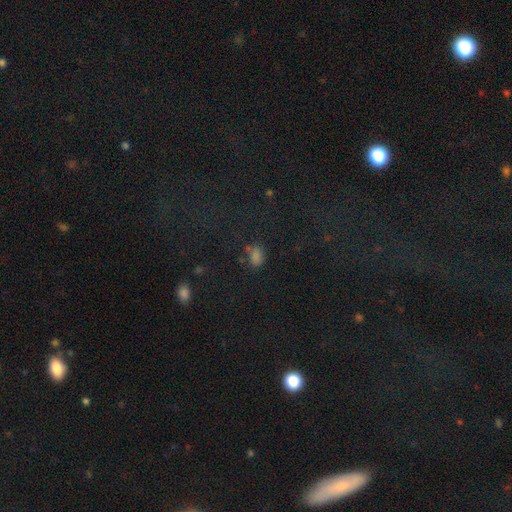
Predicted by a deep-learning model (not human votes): Smooth or featured? smooth (63%)
How rounded? in between (78%)
Merging? none (61%)